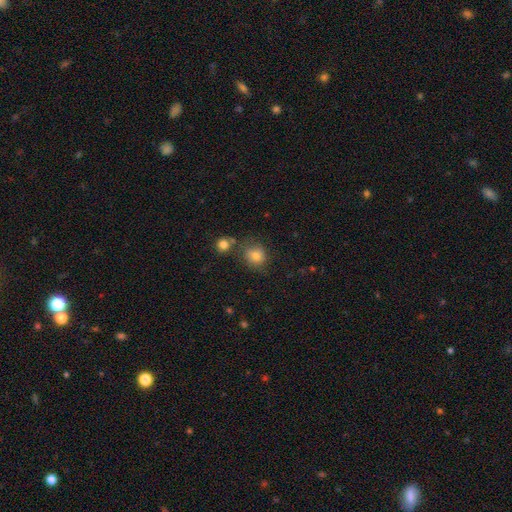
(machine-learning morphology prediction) smooth-or-featured: smooth: 79% | star or artifact: 11% | featured or disk: 10%
  how-rounded: round: 73% | in between: 26% | cigar-shaped: 1%
  merging: none: 63% | minor disturbance: 18% | merger: 11% | major disturbance: 7%